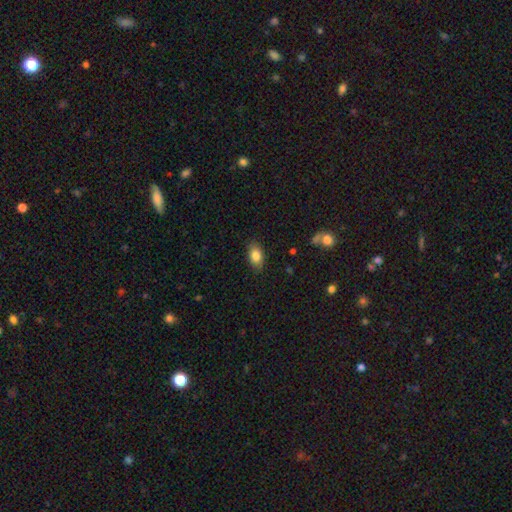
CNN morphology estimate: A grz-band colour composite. It shows a smooth galaxy with no disk features (83%) that is in between round and cigar-shaped (88%). Merging: none (85%).